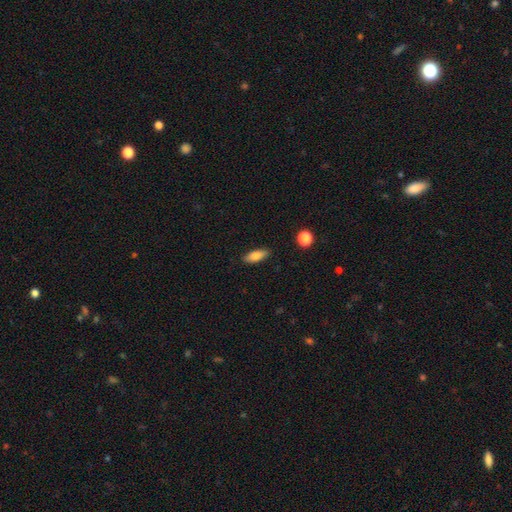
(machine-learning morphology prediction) smooth 81%, featured or disk 12%, star or artifact 7%. Down the decision tree: how rounded — in between (73%); merging — none (87%).